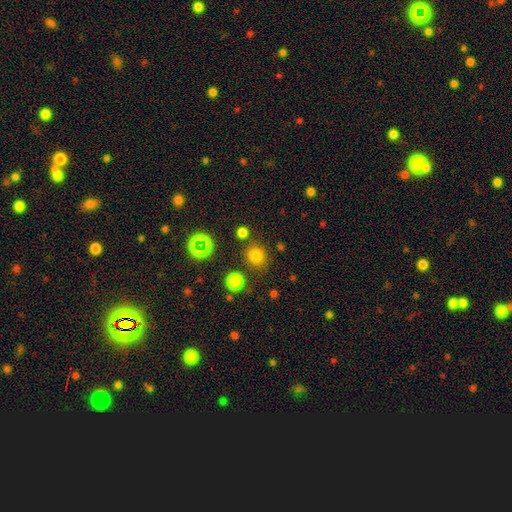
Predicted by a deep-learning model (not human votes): Smooth or featured?
  - smooth: 74% *
  - star or artifact: 20%
  - featured or disk: 6%
How rounded?
  - round: 82% *
  - in between: 17%
  - cigar-shaped: 1%
Merging?
  - none: 78% *
  - minor disturbance: 11%
  - merger: 8%
  - major disturbance: 4%